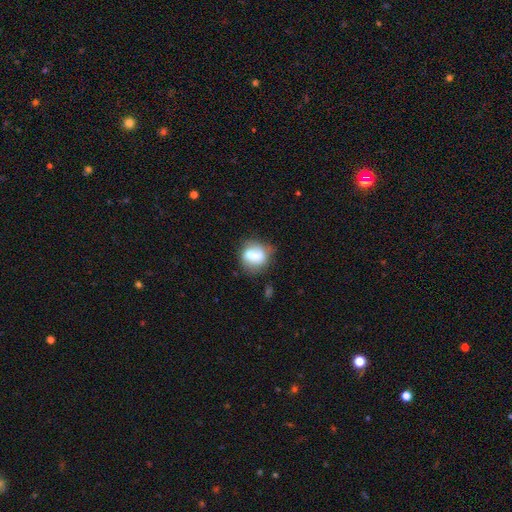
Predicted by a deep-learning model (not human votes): smooth 59%, featured or disk 32%, star or artifact 9%. Down the decision tree: how rounded — round (66%); merging — none (43%).